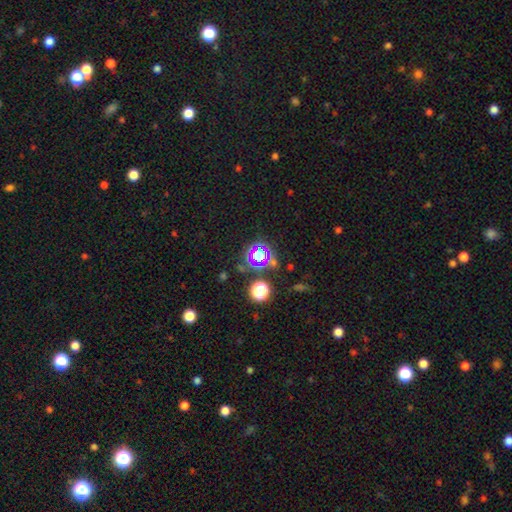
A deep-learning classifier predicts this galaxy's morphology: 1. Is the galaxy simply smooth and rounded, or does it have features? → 63% star or artifact, 26% smooth, 11% featured or disk.